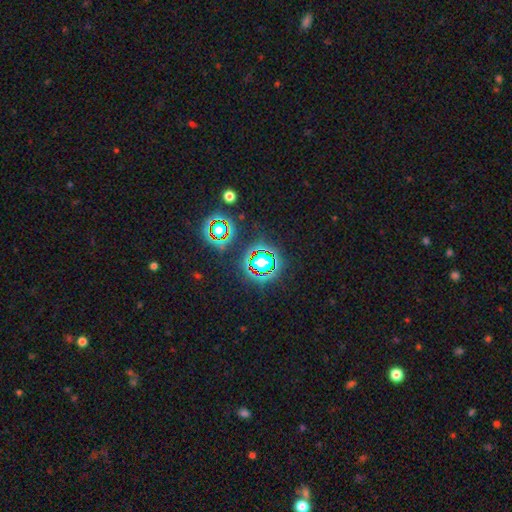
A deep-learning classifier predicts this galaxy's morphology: smooth_or_featured: star or artifact (p=0.79) [alt: smooth p=0.13]